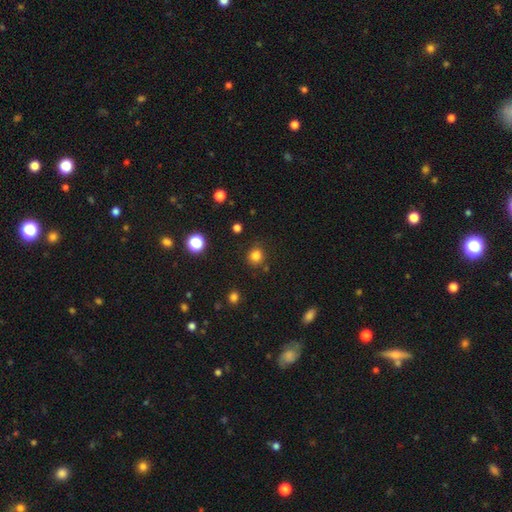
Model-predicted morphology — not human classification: Q: Smooth or featured?
A: smooth (82%); runner-up: star or artifact (14%)
Q: How rounded?
A: round (84%); runner-up: in between (15%)
Q: Merging?
A: none (82%); runner-up: minor disturbance (11%)